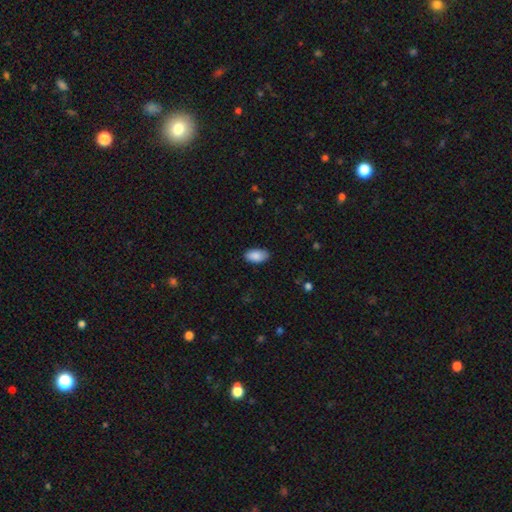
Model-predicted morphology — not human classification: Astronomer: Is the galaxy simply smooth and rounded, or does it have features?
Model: smooth — 89%.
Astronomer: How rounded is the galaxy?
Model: in between — 95%.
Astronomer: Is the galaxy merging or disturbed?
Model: none — 86%.